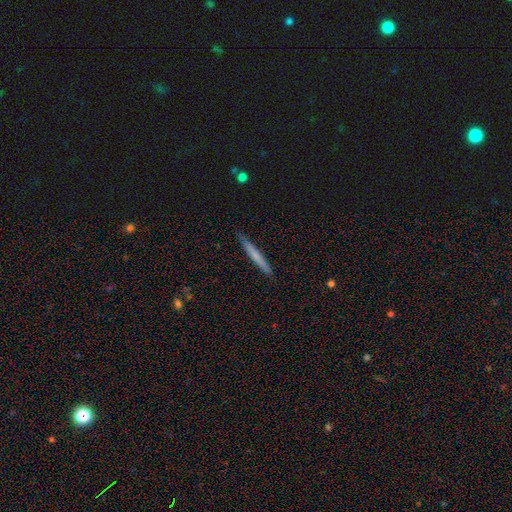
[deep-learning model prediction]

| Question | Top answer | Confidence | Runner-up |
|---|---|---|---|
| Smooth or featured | smooth | 62% | featured or disk (33%) |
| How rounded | cigar-shaped | 96% | in between (2%) |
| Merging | none | 90% | minor disturbance (8%) |